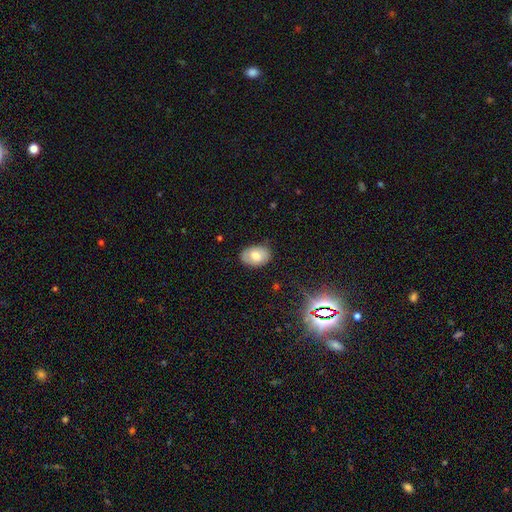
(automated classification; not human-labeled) Overall: smooth (69%). How rounded: in between (80%). Merging: none (82%).